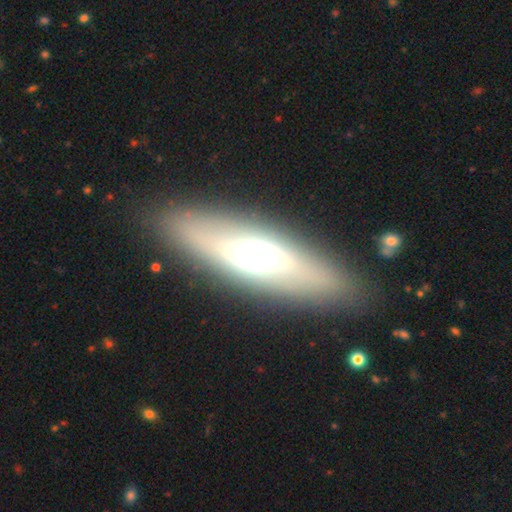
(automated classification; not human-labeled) This appears to be a featured or disk galaxy (57%). Merging: none (87%).